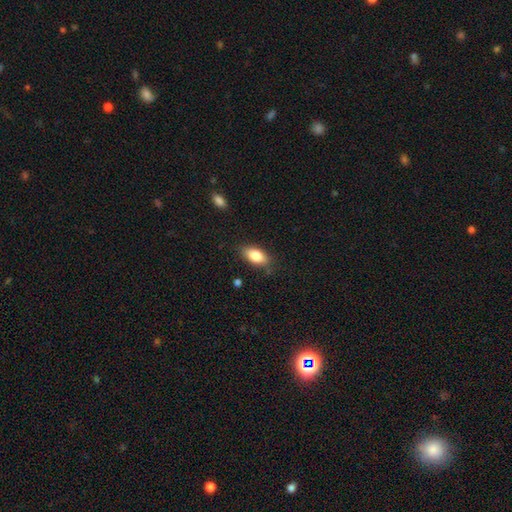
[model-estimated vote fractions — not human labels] This appears to be a smooth galaxy with no disk features (83%) that is in between round and cigar-shaped (89%). Merging: none (82%).